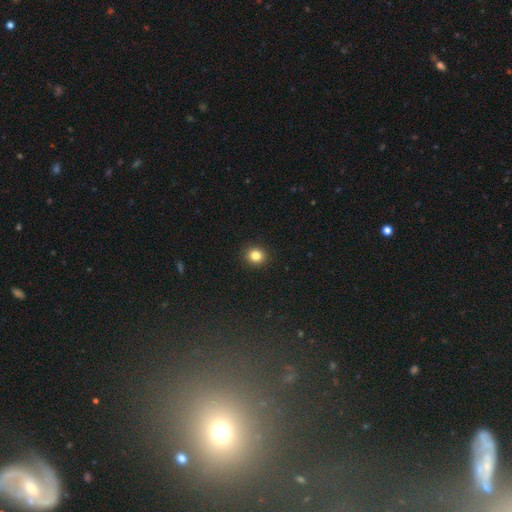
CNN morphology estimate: smooth_or_featured: smooth (p=0.84) [alt: star or artifact p=0.11]
how_rounded: round (p=0.86) [alt: in between p=0.13]
merging: none (p=0.93) [alt: minor disturbance p=0.05]